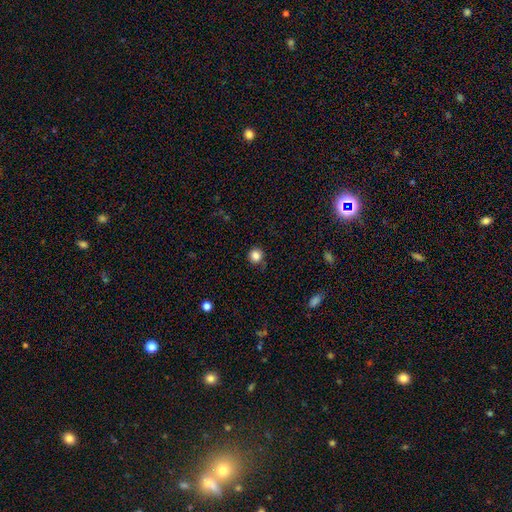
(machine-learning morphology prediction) Smooth or featured?
  - smooth: 84% *
  - star or artifact: 11%
  - featured or disk: 5%
How rounded?
  - round: 91% *
  - in between: 8%
  - cigar-shaped: 1%
Merging?
  - none: 82% *
  - minor disturbance: 13%
  - major disturbance: 3%
  - merger: 2%